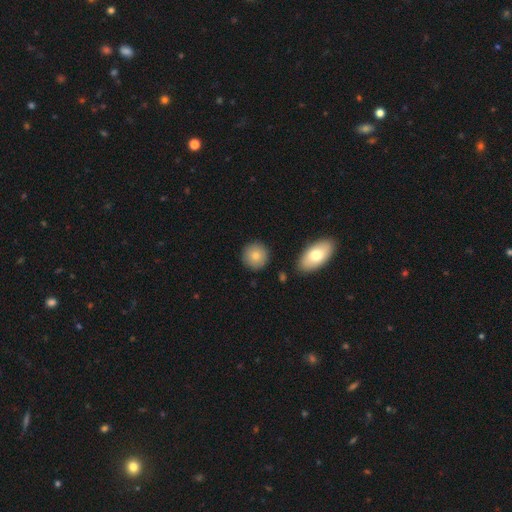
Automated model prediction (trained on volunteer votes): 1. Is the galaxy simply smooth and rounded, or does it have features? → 82% smooth, 10% featured or disk, 7% star or artifact.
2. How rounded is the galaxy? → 90% round, 8% in between, 1% cigar-shaped.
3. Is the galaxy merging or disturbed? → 87% none, 7% minor disturbance, 3% merger, 2% major disturbance.